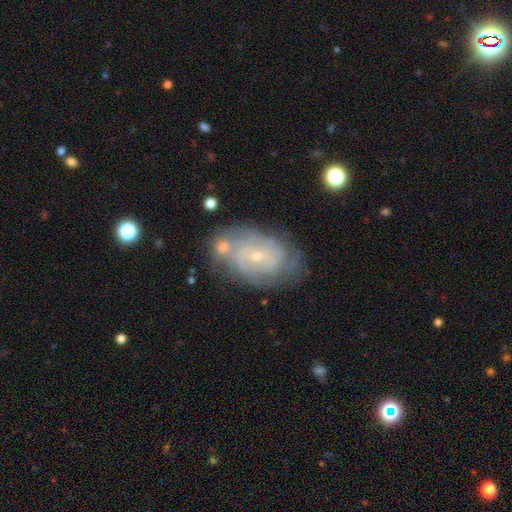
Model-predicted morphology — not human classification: Smooth or featured? featured or disk (78%)
Edge-on disk? no (96%)
Bar? no (55%)
Spiral arms? yes (89%)
Spiral winding? tight (61%)
Spiral arm count? can't tell (42%)
Bulge size? small (77%)
Merging? none (58%)